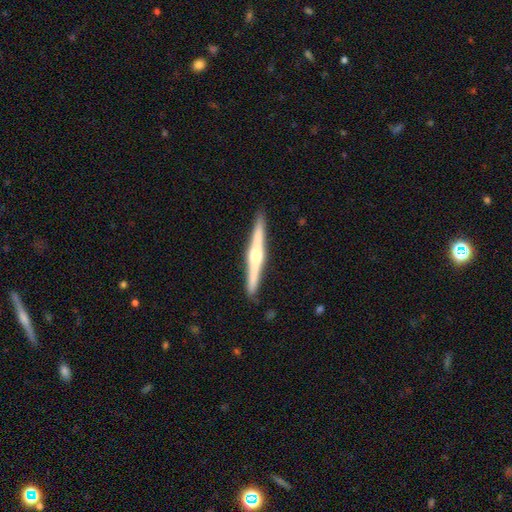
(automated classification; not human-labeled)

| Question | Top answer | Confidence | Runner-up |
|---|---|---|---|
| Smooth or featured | featured or disk | 74% | smooth (21%) |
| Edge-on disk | yes | 98% | no (2%) |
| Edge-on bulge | rounded | 80% | boxy (12%) |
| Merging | none | 91% | minor disturbance (7%) |